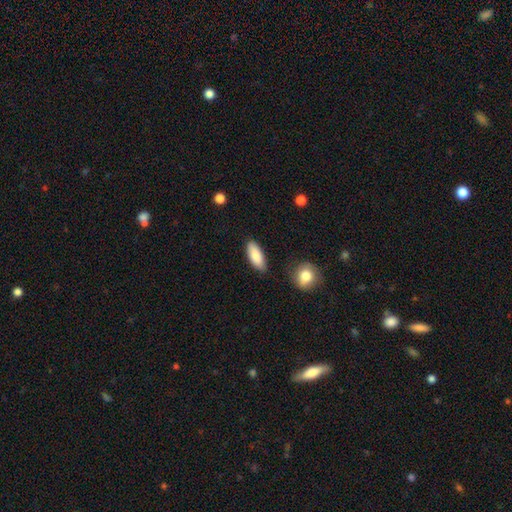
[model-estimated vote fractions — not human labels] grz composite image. It shows a smooth galaxy with no disk features (85%) that is in between round and cigar-shaped (79%). Merging: none (83%).